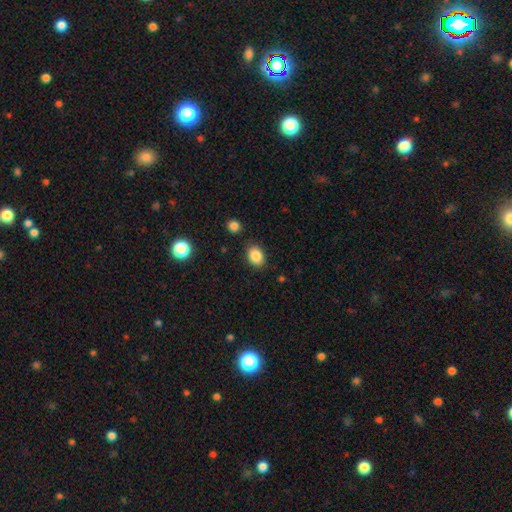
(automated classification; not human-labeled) This appears to be a smooth galaxy with no disk features (86%) that is in between round and cigar-shaped (70%). Merging: none (85%).